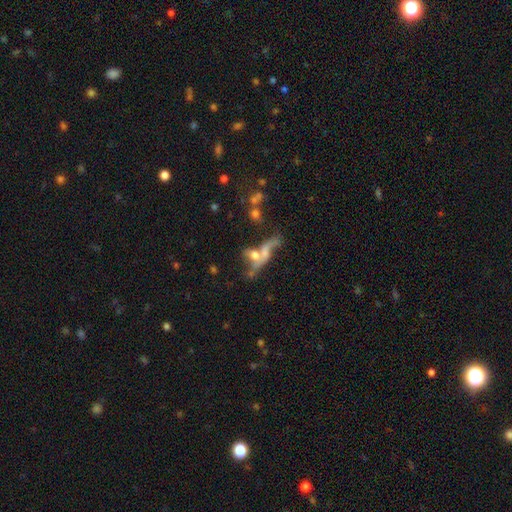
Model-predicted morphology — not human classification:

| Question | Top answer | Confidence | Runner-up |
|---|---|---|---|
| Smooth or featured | smooth | 44% | featured or disk (42%) |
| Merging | merger | 55% | major disturbance (18%) |